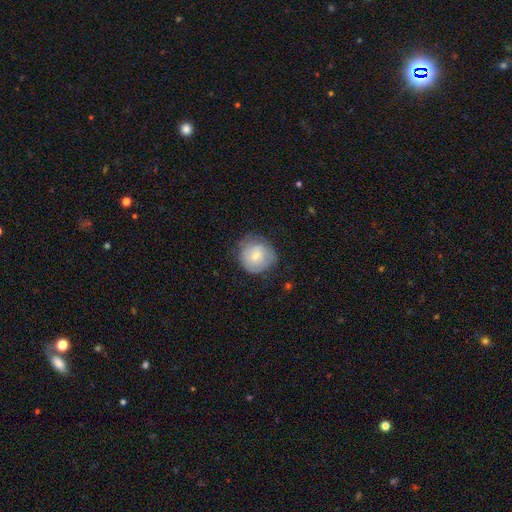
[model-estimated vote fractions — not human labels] A smooth galaxy with no disk features (65%) that is round (90%). Merging: none (70%).